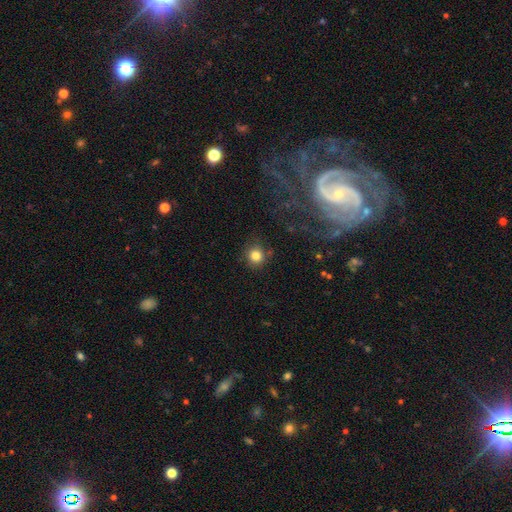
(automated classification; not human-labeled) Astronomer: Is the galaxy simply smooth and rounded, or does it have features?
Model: smooth — 82%.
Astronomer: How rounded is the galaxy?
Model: round — 92%.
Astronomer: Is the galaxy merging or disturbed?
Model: none — 83%.